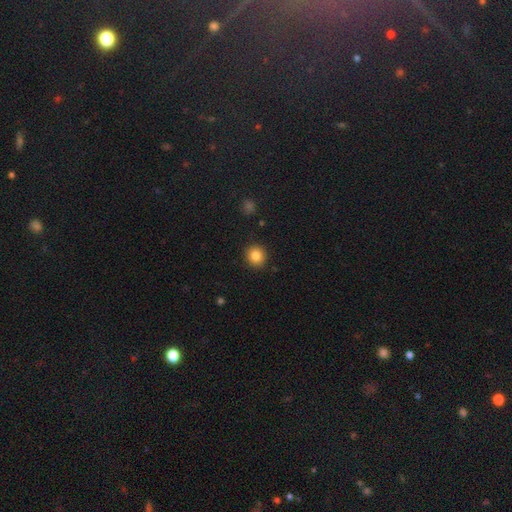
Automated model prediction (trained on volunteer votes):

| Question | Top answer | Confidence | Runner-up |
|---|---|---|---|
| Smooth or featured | smooth | 83% | star or artifact (10%) |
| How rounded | round | 89% | in between (10%) |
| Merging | none | 91% | minor disturbance (6%) |